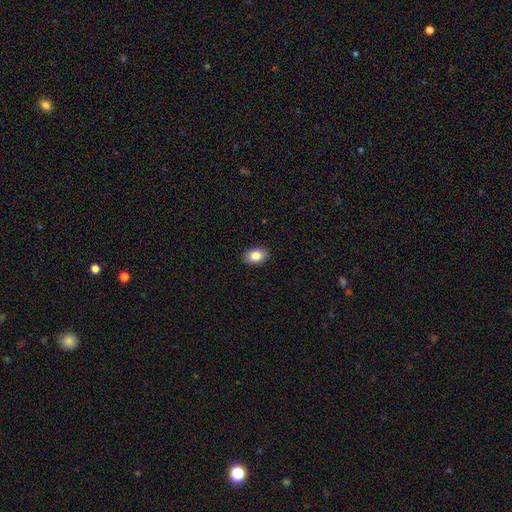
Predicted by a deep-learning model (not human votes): smooth-or-featured: smooth: 86% | star or artifact: 8% | featured or disk: 6%
  how-rounded: in between: 83% | round: 16% | cigar-shaped: 1%
  merging: none: 89% | minor disturbance: 8% | major disturbance: 2% | merger: 1%